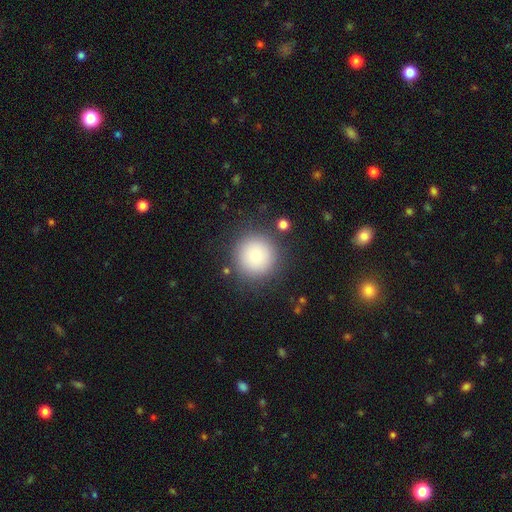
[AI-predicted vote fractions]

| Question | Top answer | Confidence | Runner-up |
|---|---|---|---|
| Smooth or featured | smooth | 80% | featured or disk (10%) |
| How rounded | round | 95% | in between (4%) |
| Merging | none | 84% | minor disturbance (9%) |